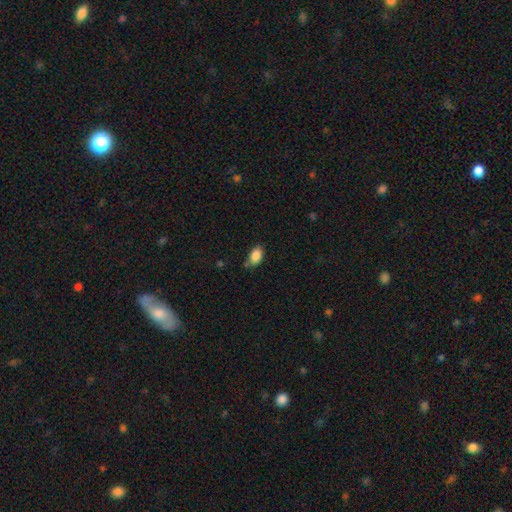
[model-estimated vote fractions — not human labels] Smooth or featured?
  - smooth: 87% *
  - star or artifact: 8%
  - featured or disk: 5%
How rounded?
  - in between: 90% *
  - round: 8%
  - cigar-shaped: 2%
Merging?
  - none: 67% *
  - minor disturbance: 24%
  - major disturbance: 4%
  - merger: 4%